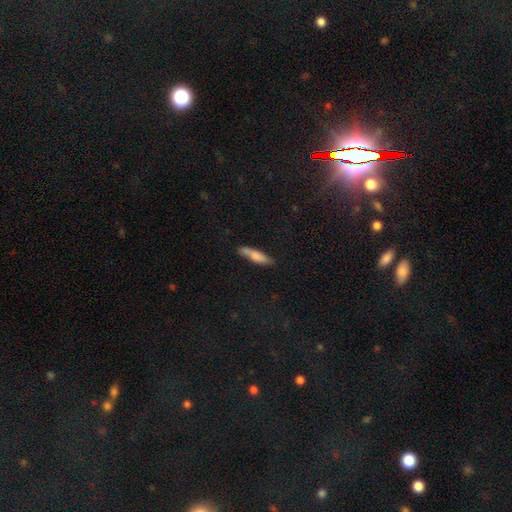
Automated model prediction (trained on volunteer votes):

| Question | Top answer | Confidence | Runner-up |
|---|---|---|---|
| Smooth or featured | smooth | 73% | featured or disk (21%) |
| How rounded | cigar-shaped | 75% | in between (24%) |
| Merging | none | 66% | minor disturbance (21%) |